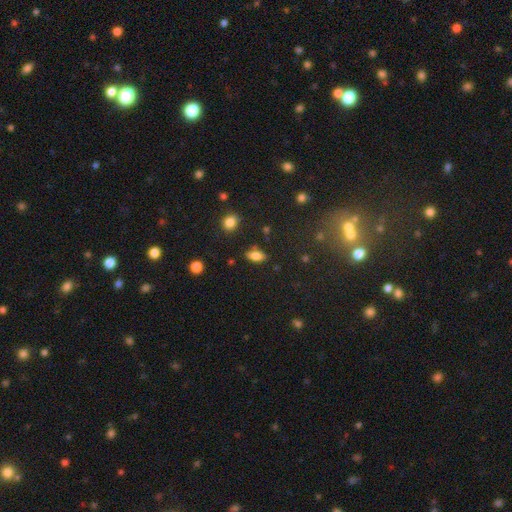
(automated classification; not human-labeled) This appears to be a smooth galaxy with no disk features (77%) that is in between round and cigar-shaped (85%). Merging: none (80%).